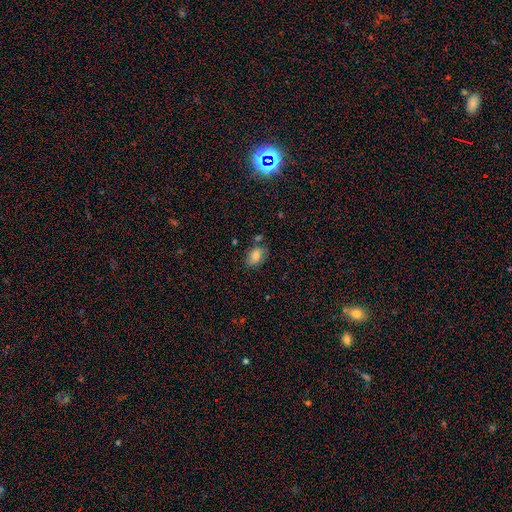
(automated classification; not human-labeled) This is likely a smooth galaxy (78%). How rounded: clearly in between (82%). Merging: likely none (70%).